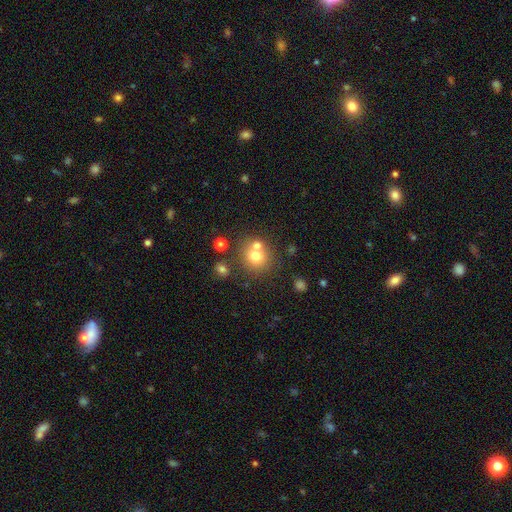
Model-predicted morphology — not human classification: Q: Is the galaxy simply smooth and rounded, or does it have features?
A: smooth — 71%.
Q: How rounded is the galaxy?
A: round — 86%.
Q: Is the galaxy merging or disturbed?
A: none — 57%.